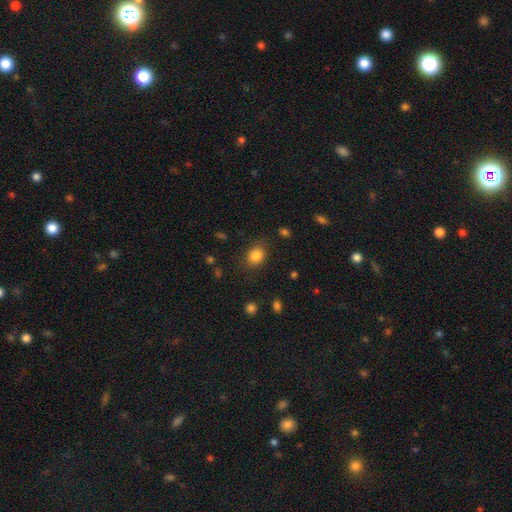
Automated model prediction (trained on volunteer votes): This is clearly a smooth galaxy (83%). How rounded: possibly round (51%). Merging: clearly none (81%).